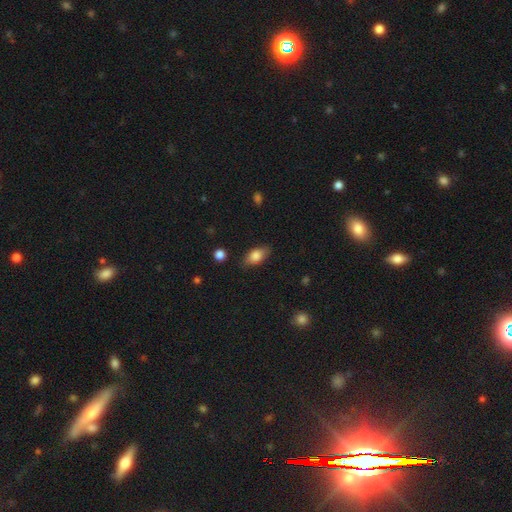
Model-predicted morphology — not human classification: The model was most divided on "smooth or featured": smooth: 77%, featured or disk: 16%, star or artifact: 8%. More confident: how rounded — in between (86%); merging — none (82%).